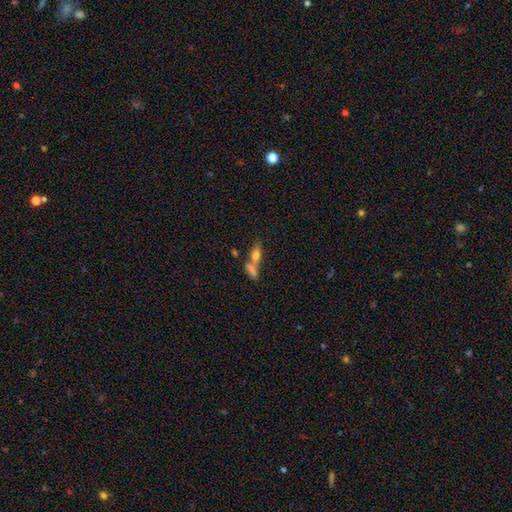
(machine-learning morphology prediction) Q: Smooth or featured?
A: smooth (68%); runner-up: featured or disk (22%)
Q: How rounded?
A: in between (67%); runner-up: cigar-shaped (26%)
Q: Merging?
A: merger (56%); runner-up: none (30%)